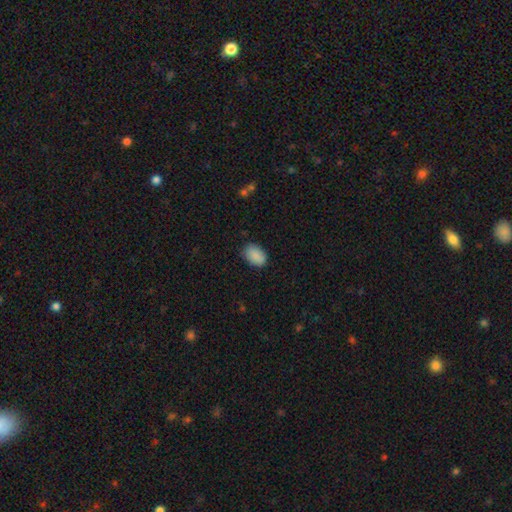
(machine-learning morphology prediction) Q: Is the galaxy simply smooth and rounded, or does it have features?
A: smooth — 89%.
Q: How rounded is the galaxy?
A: in between — 84%.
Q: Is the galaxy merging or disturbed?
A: none — 82%.